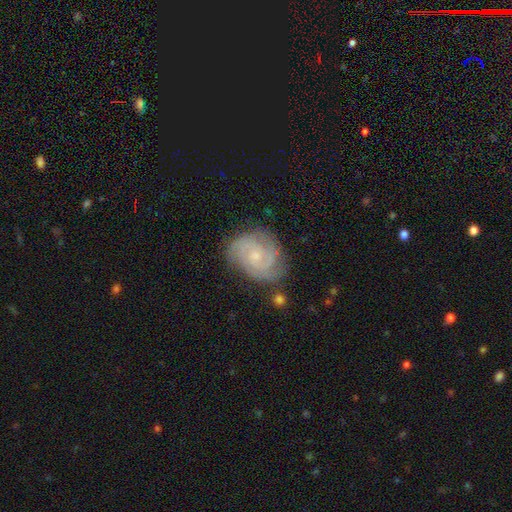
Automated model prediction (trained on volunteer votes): Smooth or featured? featured or disk (83%)
Edge-on disk? no (98%)
Bar? no (71%)
Spiral arms? yes (97%)
Spiral winding? tight (67%)
Spiral arm count? 3 (32%)
Bulge size? small (71%)
Merging? none (73%)